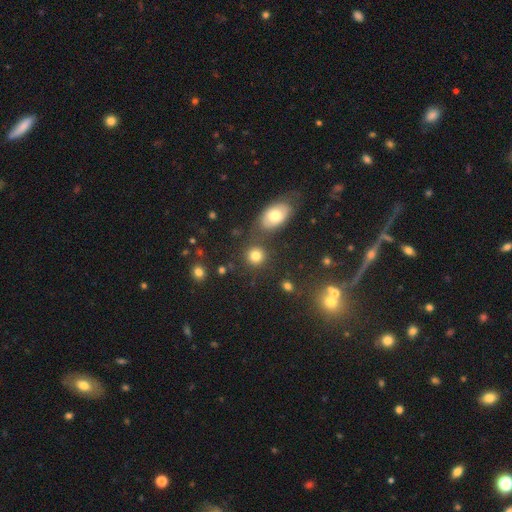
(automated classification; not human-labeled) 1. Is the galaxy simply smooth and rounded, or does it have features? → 80% smooth, 11% star or artifact, 9% featured or disk.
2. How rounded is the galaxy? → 84% round, 15% in between, 1% cigar-shaped.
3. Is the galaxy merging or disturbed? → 77% none, 10% merger, 10% minor disturbance, 4% major disturbance.